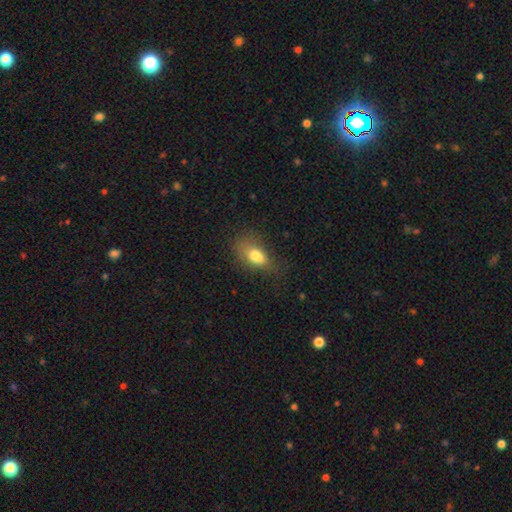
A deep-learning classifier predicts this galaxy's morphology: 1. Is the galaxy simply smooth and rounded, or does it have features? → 75% smooth, 15% featured or disk, 11% star or artifact.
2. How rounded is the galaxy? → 83% in between, 11% round, 5% cigar-shaped.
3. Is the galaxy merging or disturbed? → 46% none, 29% minor disturbance, 20% major disturbance, 5% merger.